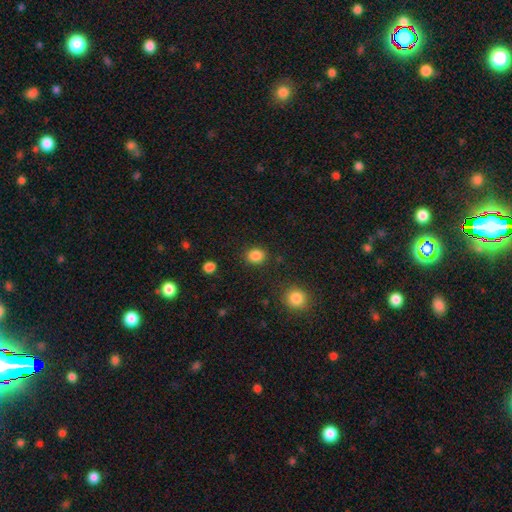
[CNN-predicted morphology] A smooth galaxy with no disk features (86%) that is round (68%). Merging: none (87%).